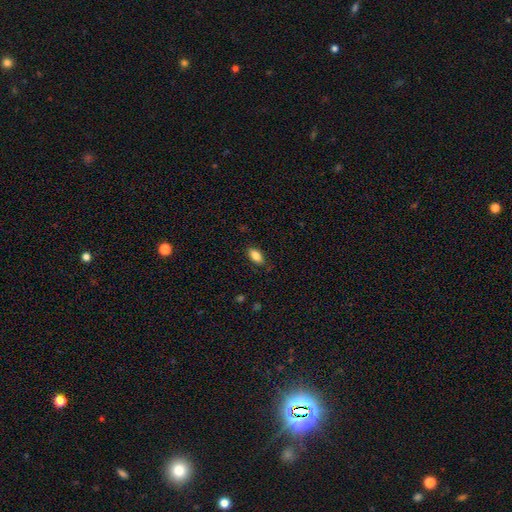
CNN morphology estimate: This is clearly a smooth galaxy (84%). How rounded: clearly in between (89%). Merging: clearly none (83%).